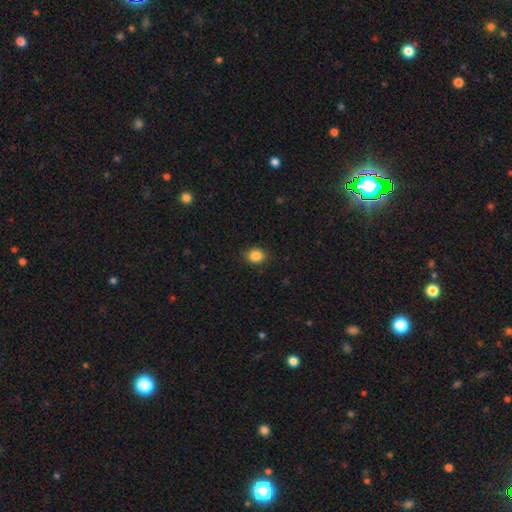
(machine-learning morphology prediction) smooth 86%, star or artifact 10%, featured or disk 4%. Down the decision tree: how rounded — round (63%); merging — none (87%).